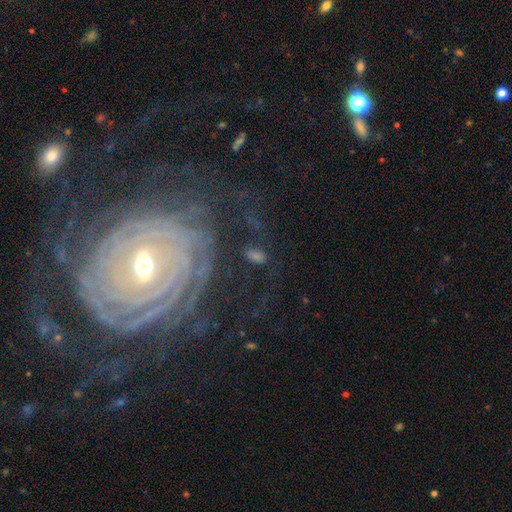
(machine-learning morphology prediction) This appears to be a featured or disk galaxy (51%). Merging: none (70%).